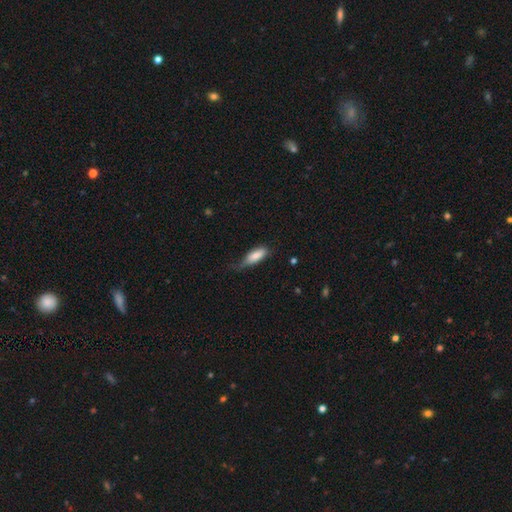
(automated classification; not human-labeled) smooth-or-featured: smooth: 81% | featured or disk: 13% | star or artifact: 6%
  how-rounded: in between: 68% | cigar-shaped: 30% | round: 2%
  merging: minor disturbance: 41% | none: 38% | major disturbance: 18% | merger: 2%